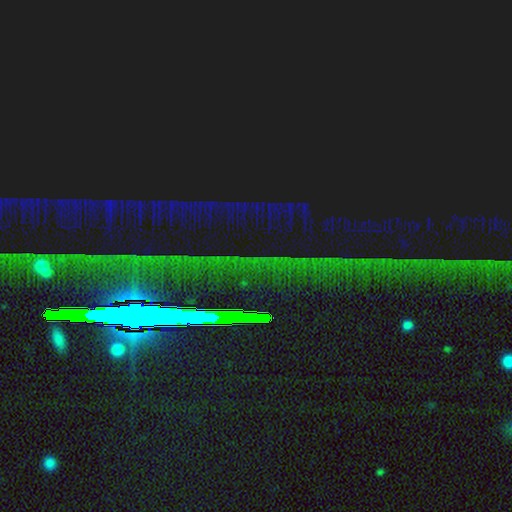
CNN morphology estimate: A star or artifact, not a galaxy (85%).

Vote fractions:
- Smooth or featured? star or artifact: 85% / featured or disk: 8% / smooth: 6%